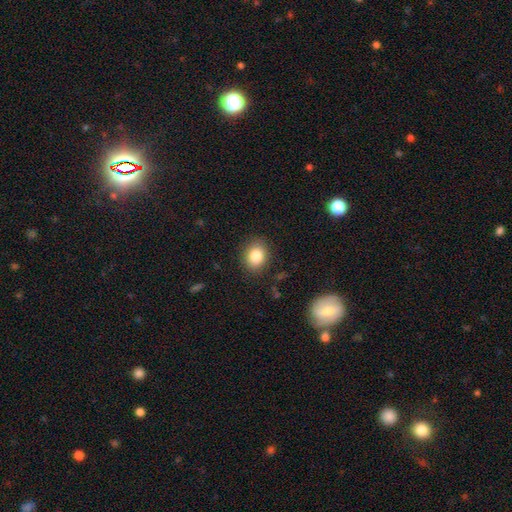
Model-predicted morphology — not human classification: The model was most divided on "how rounded": round: 53%, in between: 46%, cigar-shaped: 1%. More confident: merging — none (86%); smooth or featured — smooth (84%).